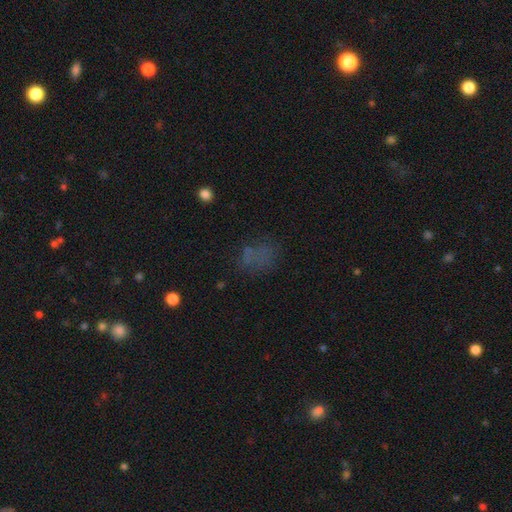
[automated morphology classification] Smooth or featured? smooth (52%)
How rounded? in between (67%)
Merging? none (60%)